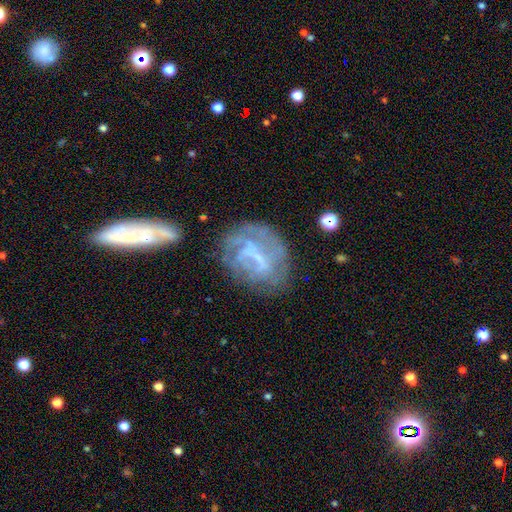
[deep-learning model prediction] Smooth or featured? Predicted: featured or disk (p=0.68). Edge-on disk? Predicted: no (p=0.96). Bar? Predicted: weak (p=0.44). Spiral arms? Predicted: yes (p=0.54). Bulge size? Predicted: small (p=0.46). Merging? Predicted: none (p=0.50).